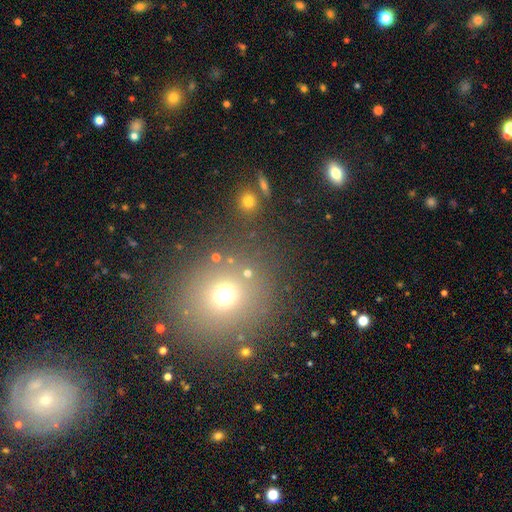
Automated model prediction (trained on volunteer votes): This is possibly a smooth galaxy (59%). How rounded: clearly round (84%). Merging: clearly none (82%).